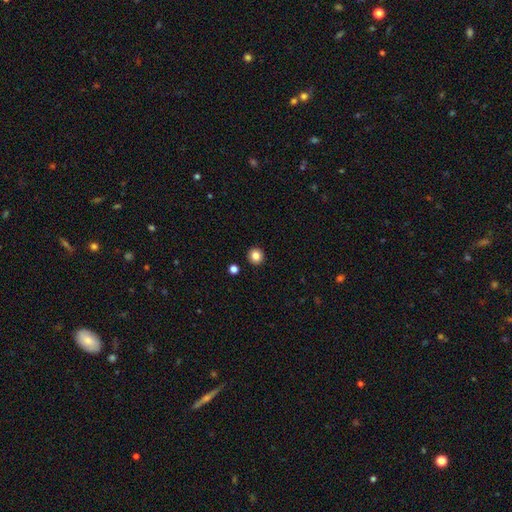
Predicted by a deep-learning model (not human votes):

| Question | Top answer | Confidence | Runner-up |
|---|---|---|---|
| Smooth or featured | smooth | 84% | star or artifact (11%) |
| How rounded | round | 93% | in between (6%) |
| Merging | none | 92% | minor disturbance (5%) |